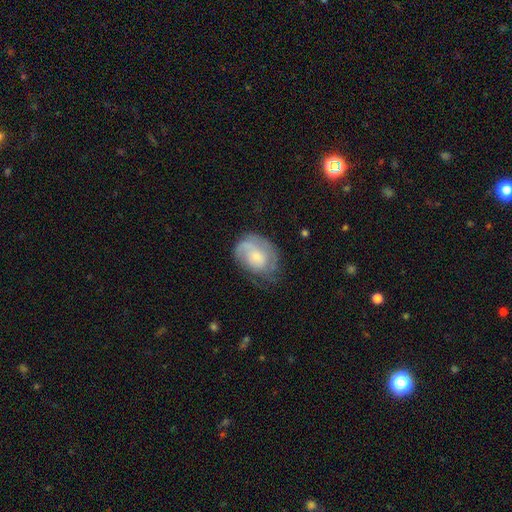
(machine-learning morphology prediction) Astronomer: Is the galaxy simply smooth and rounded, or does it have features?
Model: featured or disk — 64%.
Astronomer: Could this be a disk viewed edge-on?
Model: no — 97%.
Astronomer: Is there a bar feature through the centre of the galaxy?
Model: no — 73%.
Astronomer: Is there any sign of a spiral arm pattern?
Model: yes — 84%.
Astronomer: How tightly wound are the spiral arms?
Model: tight — 46% (runner-up: medium, 35%).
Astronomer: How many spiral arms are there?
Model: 2 — 32% (runner-up: can't tell, 31%).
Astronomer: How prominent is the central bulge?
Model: small — 57% (runner-up: moderate, 33%).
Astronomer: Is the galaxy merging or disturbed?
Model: none — 54%.